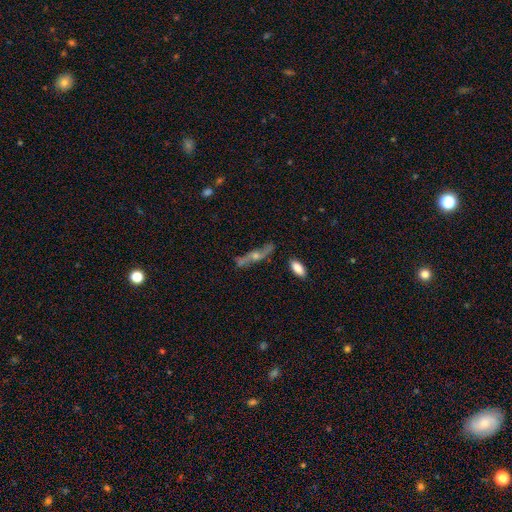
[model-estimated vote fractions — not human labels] Smooth or featured? Predicted: featured or disk (p=0.64). Edge-on disk? Predicted: yes (p=0.65). Merging? Predicted: none (p=0.67).